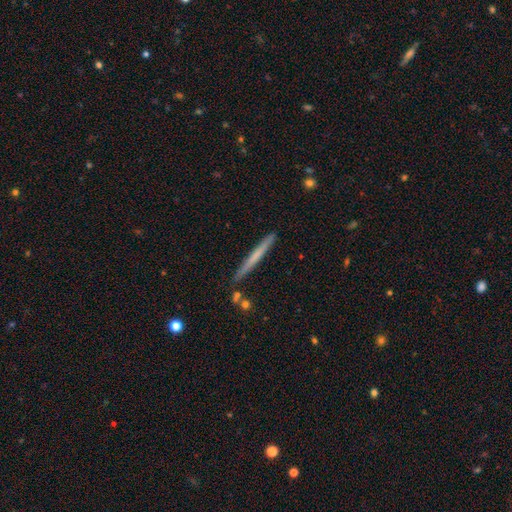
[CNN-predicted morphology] A smooth galaxy with no disk features (54%) that is cigar-shaped (97%). Merging: none (88%).